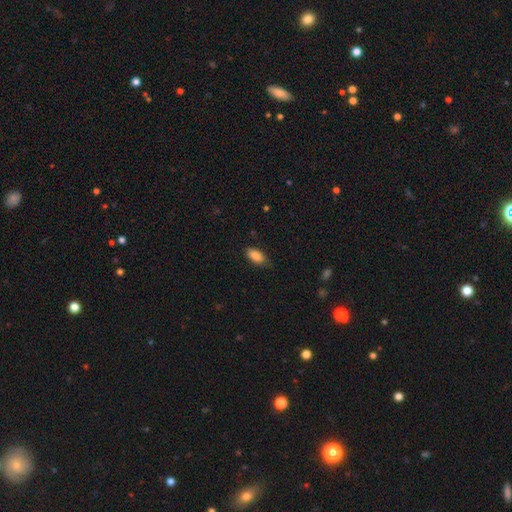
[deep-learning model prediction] Smooth or featured?
  - smooth: 86% *
  - featured or disk: 7%
  - star or artifact: 7%
How rounded?
  - in between: 90% *
  - cigar-shaped: 8%
  - round: 3%
Merging?
  - none: 79% *
  - minor disturbance: 17%
  - major disturbance: 3%
  - merger: 1%